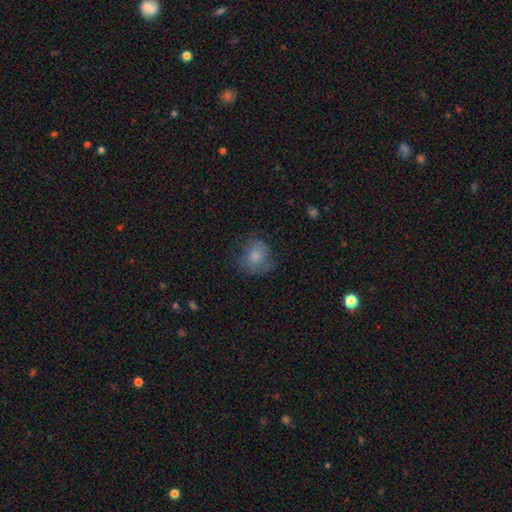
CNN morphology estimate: Smooth or featured? Predicted: smooth (p=0.74). How rounded? Predicted: round (p=0.69). Merging? Predicted: none (p=0.58).